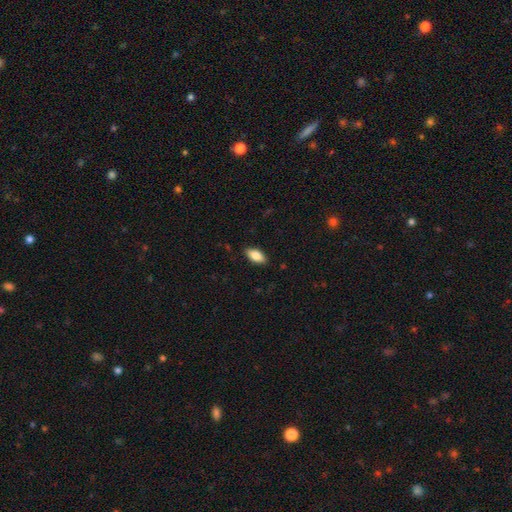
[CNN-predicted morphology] smooth_or_featured: smooth (p=0.83) [alt: featured or disk p=0.11]
how_rounded: in between (p=0.91) [alt: cigar-shaped p=0.06]
merging: none (p=0.88) [alt: minor disturbance p=0.09]